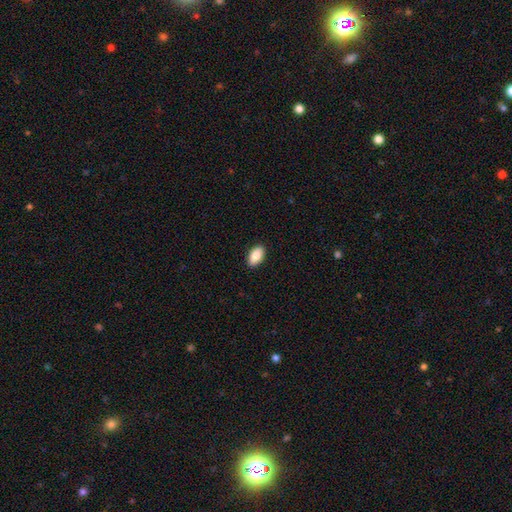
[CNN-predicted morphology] The model was most divided on "smooth or featured": smooth: 88%, star or artifact: 7%, featured or disk: 6%. More confident: how rounded — in between (94%); merging — none (90%).